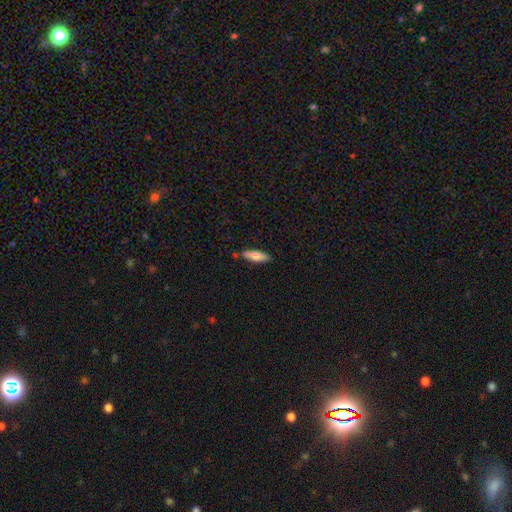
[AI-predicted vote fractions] The model was most divided on "how rounded": cigar-shaped: 55%, in between: 43%, round: 2%. More confident: merging — none (81%); smooth or featured — smooth (76%).